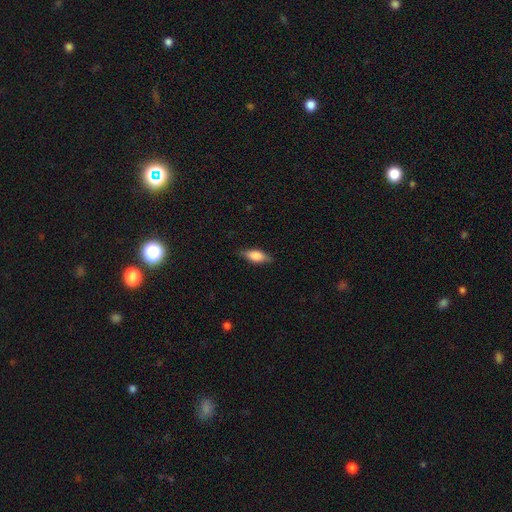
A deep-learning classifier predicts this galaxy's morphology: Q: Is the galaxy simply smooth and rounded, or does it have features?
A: smooth — 74%.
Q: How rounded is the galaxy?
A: in between — 78%.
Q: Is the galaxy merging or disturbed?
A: none — 80%.